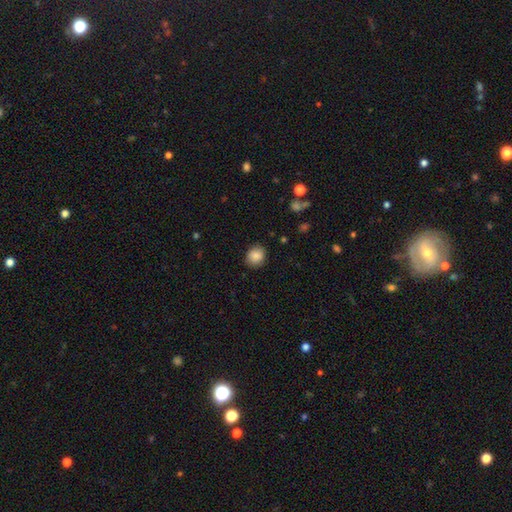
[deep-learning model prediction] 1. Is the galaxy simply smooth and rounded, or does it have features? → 87% smooth, 8% star or artifact, 5% featured or disk.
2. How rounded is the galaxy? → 75% round, 24% in between, 1% cigar-shaped.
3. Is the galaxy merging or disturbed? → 86% none, 10% minor disturbance, 2% major disturbance, 1% merger.